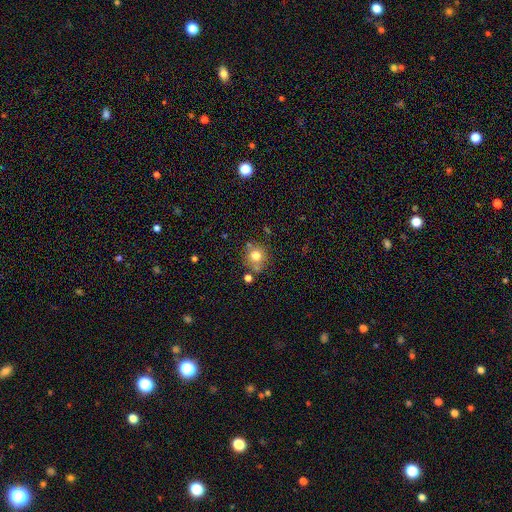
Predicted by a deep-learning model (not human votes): Morphology: type=smooth (75%); roundness=round (88%); merging=none (70%).